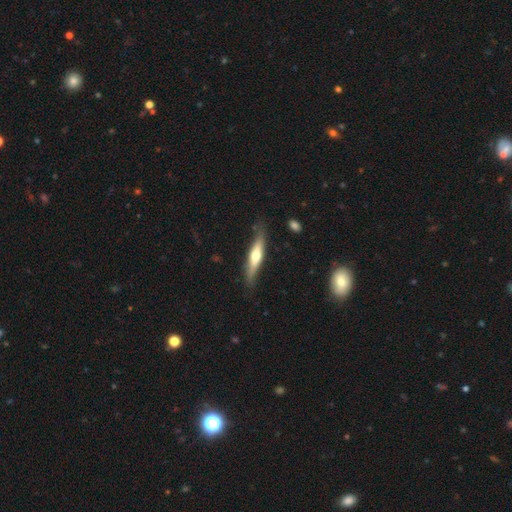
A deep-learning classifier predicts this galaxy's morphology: Smooth or featured? featured or disk (50%)
Edge-on disk? yes (87%)
Merging? none (79%)